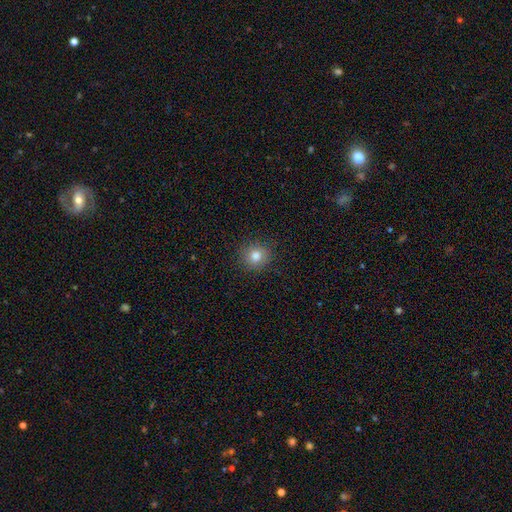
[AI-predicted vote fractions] smooth 82%, star or artifact 12%, featured or disk 7%. Down the decision tree: how rounded — round (88%); merging — none (88%).